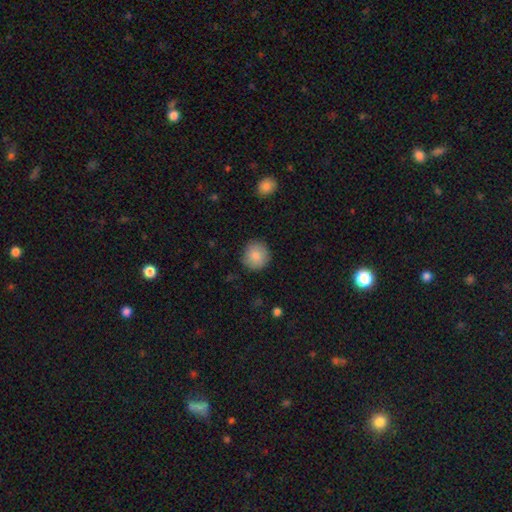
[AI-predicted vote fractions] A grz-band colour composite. It shows a smooth galaxy with no disk features (87%) that is round (93%). Merging: none (89%).